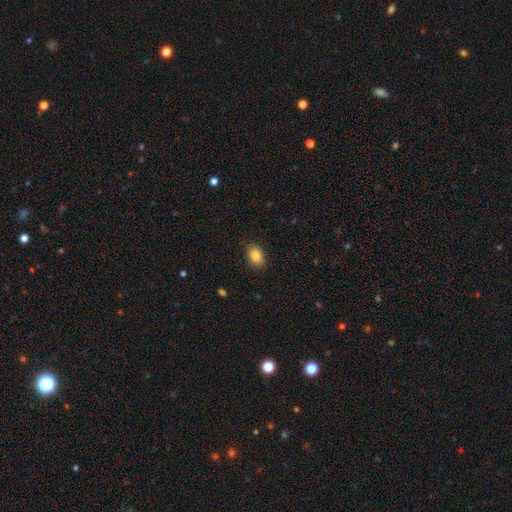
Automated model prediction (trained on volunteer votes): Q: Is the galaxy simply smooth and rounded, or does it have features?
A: smooth — 86%.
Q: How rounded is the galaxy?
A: in between — 83%.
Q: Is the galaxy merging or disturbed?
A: none — 87%.